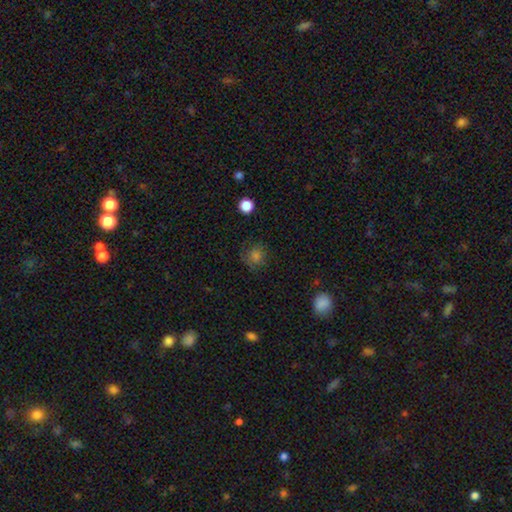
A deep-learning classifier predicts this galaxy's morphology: Smooth or featured?
  - smooth: 74% *
  - star or artifact: 18%
  - featured or disk: 8%
How rounded?
  - round: 86% *
  - in between: 13%
  - cigar-shaped: 1%
Merging?
  - none: 78% *
  - minor disturbance: 14%
  - major disturbance: 6%
  - merger: 2%